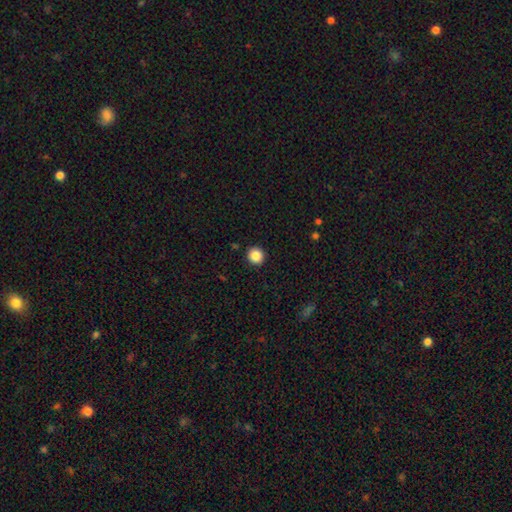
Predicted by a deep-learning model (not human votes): A smooth galaxy with no disk features (86%) that is round (92%).

Vote fractions:
- Smooth or featured? smooth: 86% / star or artifact: 10% / featured or disk: 4%
- How rounded? round: 92% / in between: 7% / cigar-shaped: 1%
- Merging? none: 92% / minor disturbance: 5% / major disturbance: 2% / merger: 1%